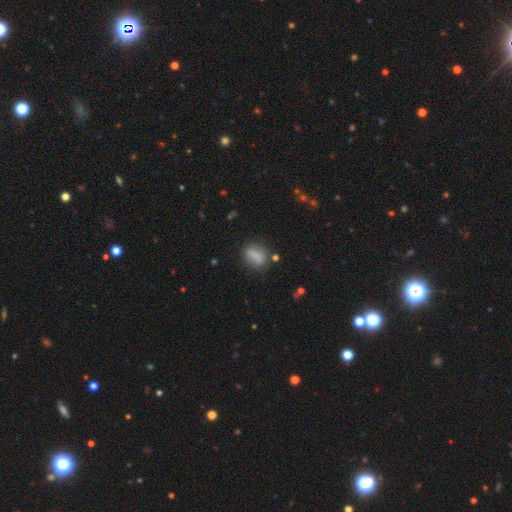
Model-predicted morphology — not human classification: A smooth galaxy with no disk features (77%) that is in between round and cigar-shaped (62%). Merging: none (73%).